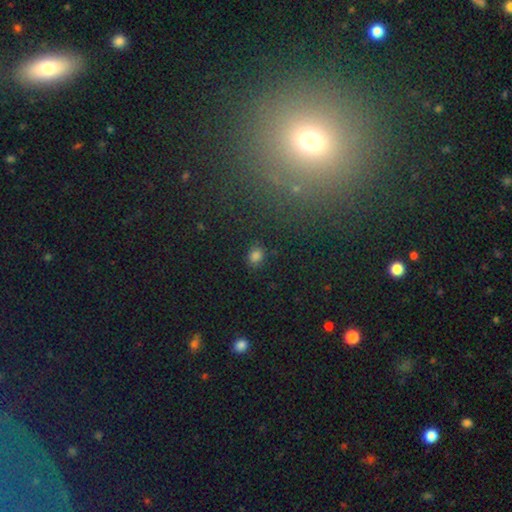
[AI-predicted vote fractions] This is likely a smooth galaxy (79%). How rounded: likely round (61%). Merging: clearly none (85%).